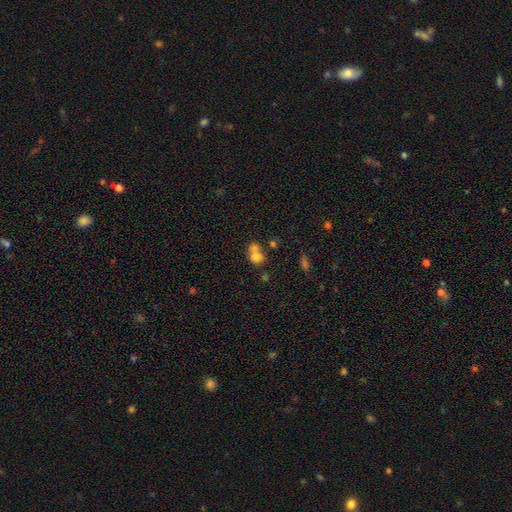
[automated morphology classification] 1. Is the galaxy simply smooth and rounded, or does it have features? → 71% smooth, 16% featured or disk, 12% star or artifact.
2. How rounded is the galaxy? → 57% round, 41% in between, 1% cigar-shaped.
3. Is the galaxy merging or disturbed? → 62% merger, 25% none, 8% minor disturbance, 5% major disturbance.